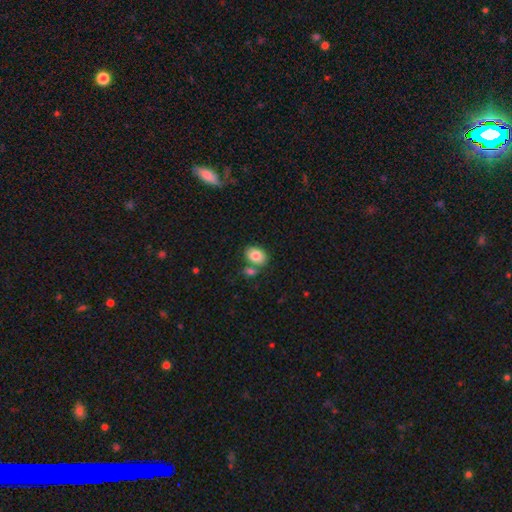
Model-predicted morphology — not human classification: This is clearly a smooth galaxy (84%). How rounded: likely in between (77%). Merging: likely none (64%).